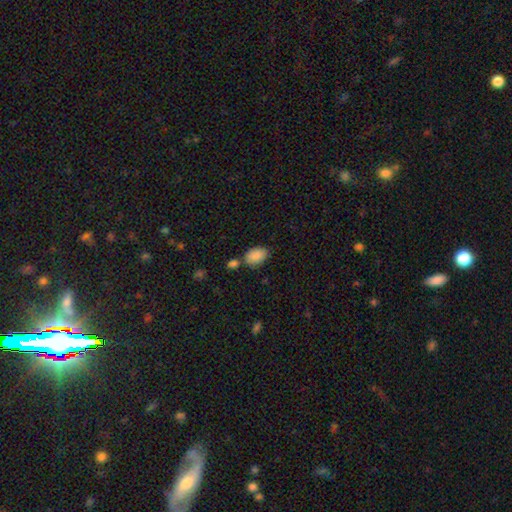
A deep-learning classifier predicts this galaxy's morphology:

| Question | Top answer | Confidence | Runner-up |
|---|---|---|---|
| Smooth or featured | smooth | 88% | star or artifact (7%) |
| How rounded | in between | 90% | round (9%) |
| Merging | none | 63% | minor disturbance (17%) |